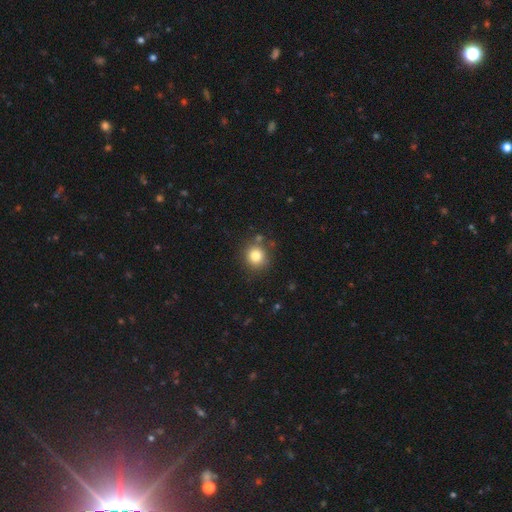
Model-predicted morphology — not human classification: smooth 81%, star or artifact 12%, featured or disk 7%. Down the decision tree: how rounded — round (89%); merging — none (82%).